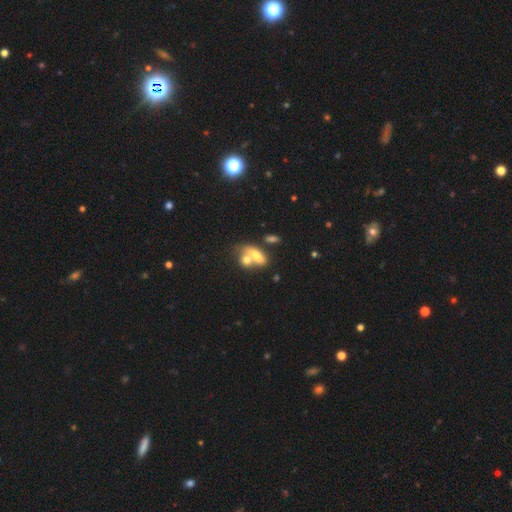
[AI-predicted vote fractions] Morphology: type=smooth (67%); roundness=in between (75%); merging=merger (61%).